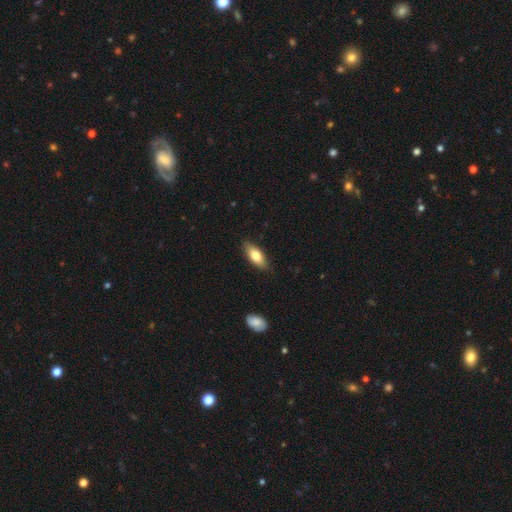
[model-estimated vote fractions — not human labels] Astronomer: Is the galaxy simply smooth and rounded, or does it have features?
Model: smooth — 75%.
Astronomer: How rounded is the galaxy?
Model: in between — 80%.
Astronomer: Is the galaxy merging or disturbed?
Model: none — 84%.